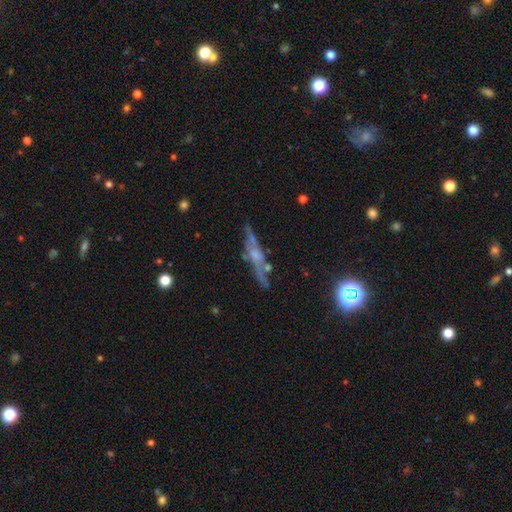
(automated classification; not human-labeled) Smooth or featured? Predicted: featured or disk (p=0.67). Edge-on disk? Predicted: yes (p=0.73). Merging? Predicted: none (p=0.63).